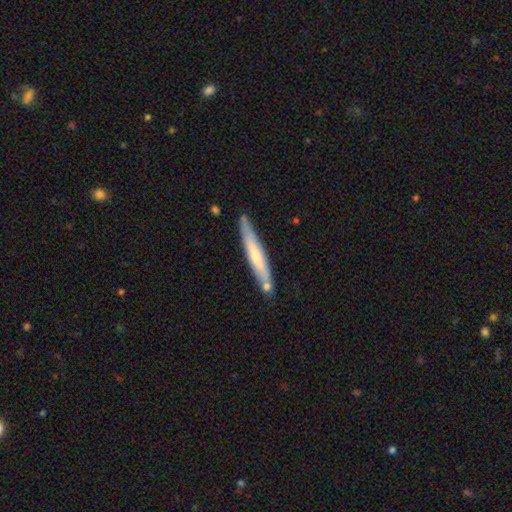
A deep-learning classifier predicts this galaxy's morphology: Overall: smooth (54%; featured or disk 41%). How rounded: cigar-shaped (94%). Merging: none (76%).